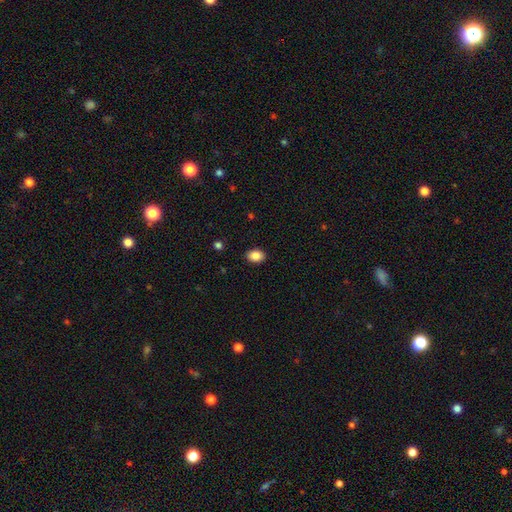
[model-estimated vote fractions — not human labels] Smooth or featured: smooth — 87% (star or artifact — 8%)
How rounded: in between — 77% (round — 22%)
Merging: none — 89% (minor disturbance — 8%)